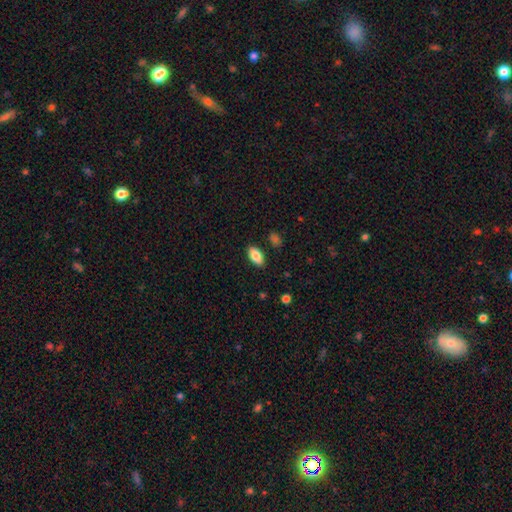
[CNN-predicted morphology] This appears to be a smooth galaxy with no disk features (85%) that is in between round and cigar-shaped (92%). Merging: none (87%).